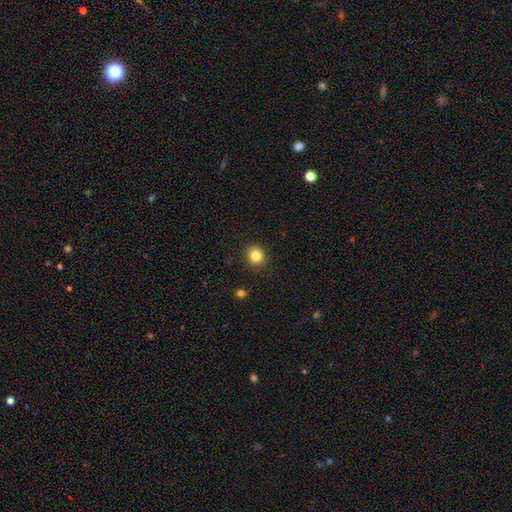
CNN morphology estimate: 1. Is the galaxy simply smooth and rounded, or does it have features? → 83% smooth, 11% star or artifact, 6% featured or disk.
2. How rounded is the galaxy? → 76% round, 23% in between, 1% cigar-shaped.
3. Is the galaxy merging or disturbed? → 90% none, 7% minor disturbance, 2% major disturbance, 1% merger.